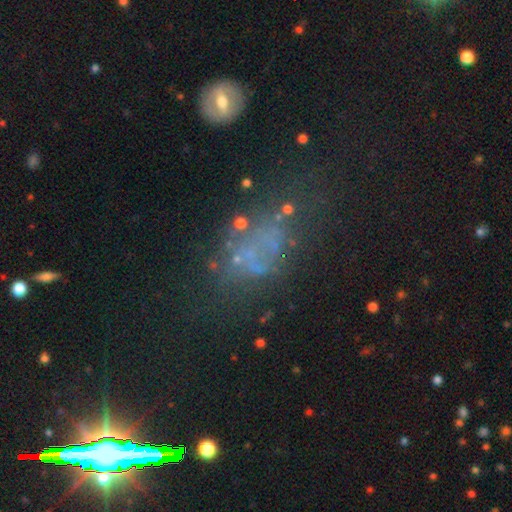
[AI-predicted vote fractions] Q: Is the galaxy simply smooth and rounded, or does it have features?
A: star or artifact — 41%.